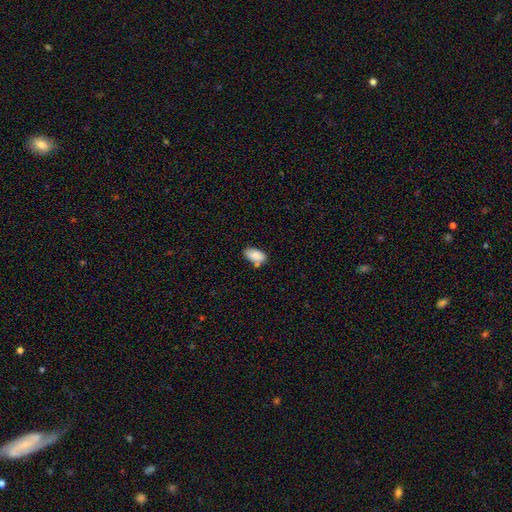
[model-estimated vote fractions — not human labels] smooth_or_featured: smooth (p=0.86) [alt: star or artifact p=0.07]
how_rounded: in between (p=0.93) [alt: cigar-shaped p=0.04]
merging: none (p=0.58) [alt: minor disturbance p=0.20]